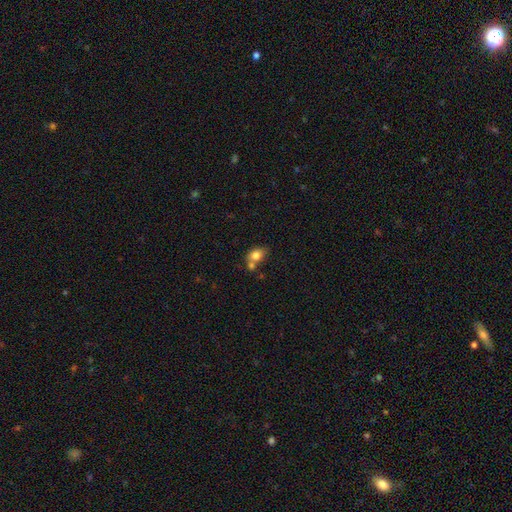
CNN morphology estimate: smooth_or_featured: smooth (p=0.78) [alt: featured or disk p=0.12]
how_rounded: in between (p=0.60) [alt: round p=0.39]
merging: none (p=0.44) [alt: merger p=0.37]